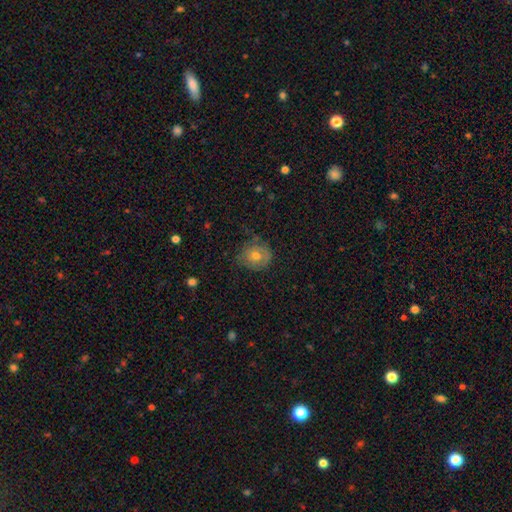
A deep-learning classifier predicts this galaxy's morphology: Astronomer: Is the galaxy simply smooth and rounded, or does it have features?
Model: smooth — 59%.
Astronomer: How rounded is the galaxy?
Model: round — 83%.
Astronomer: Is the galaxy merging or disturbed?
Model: none — 70%.